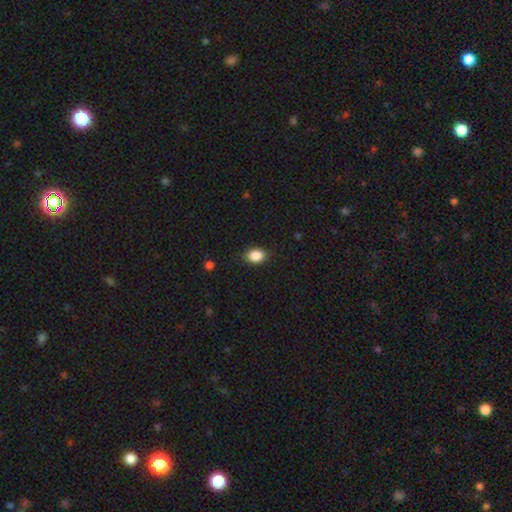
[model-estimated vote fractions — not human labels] Smooth or featured: smooth — 87% (star or artifact — 9%)
How rounded: in between — 67% (round — 32%)
Merging: none — 84% (minor disturbance — 12%)